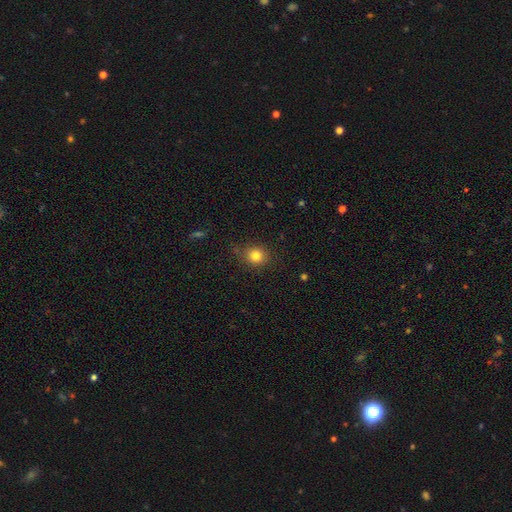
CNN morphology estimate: The model was most divided on "smooth or featured": smooth: 81%, star or artifact: 13%, featured or disk: 6%. More confident: how rounded — round (85%); merging — none (83%).